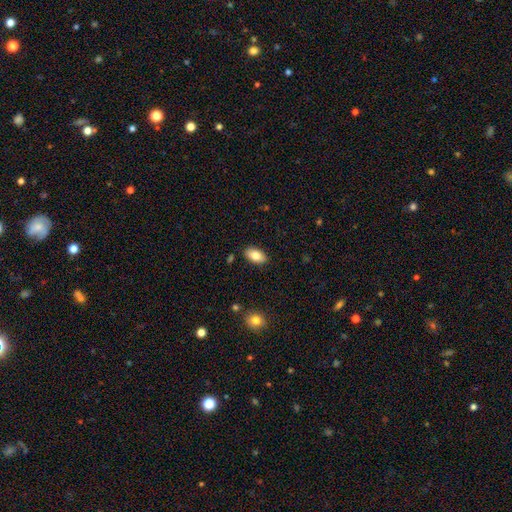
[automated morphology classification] Q: Smooth or featured?
A: smooth (81%); runner-up: featured or disk (12%)
Q: How rounded?
A: in between (94%); runner-up: round (4%)
Q: Merging?
A: none (87%); runner-up: minor disturbance (9%)